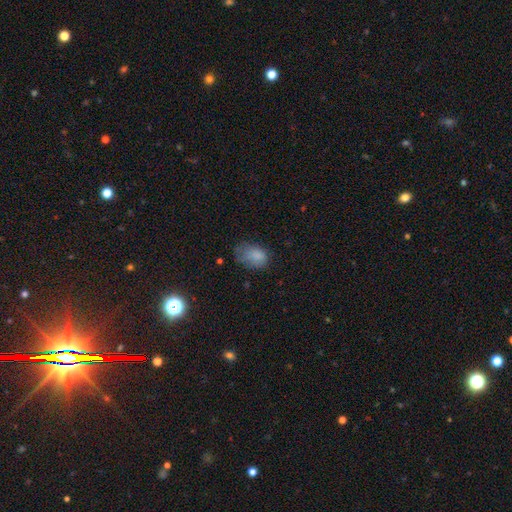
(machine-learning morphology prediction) Smooth or featured: smooth — 80% (featured or disk — 10%)
How rounded: in between — 83% (round — 16%)
Merging: none — 44% (minor disturbance — 34%)